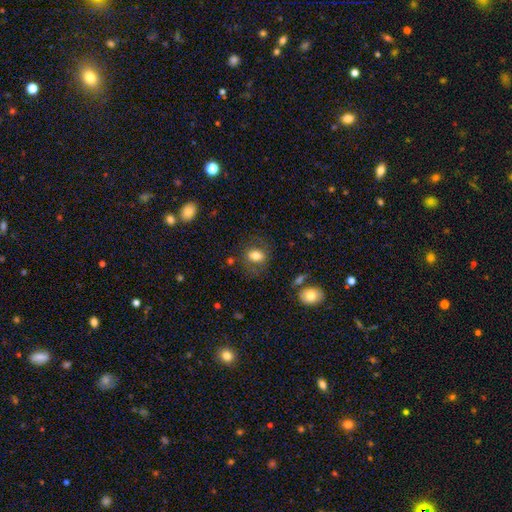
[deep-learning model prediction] Smooth or featured? smooth (72%)
How rounded? in between (66%)
Merging? none (71%)